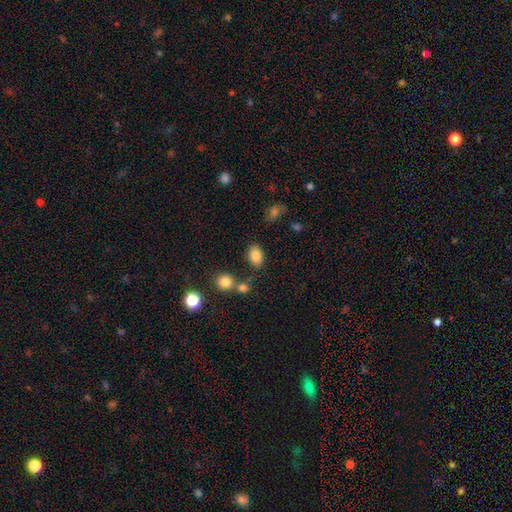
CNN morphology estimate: The model was most divided on "merging": none: 75%, minor disturbance: 12%, merger: 8%, major disturbance: 4%. More confident: smooth or featured — smooth (84%); how rounded — in between (82%).